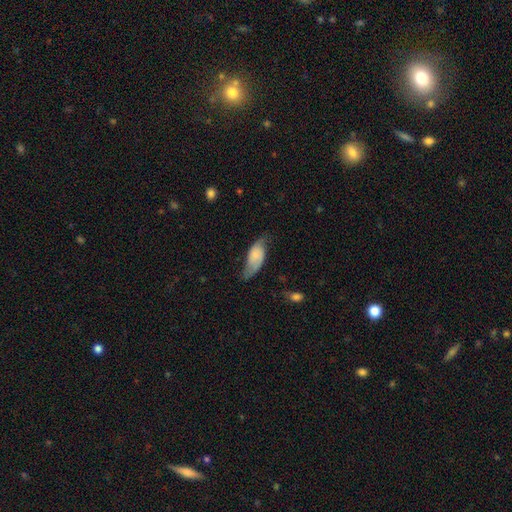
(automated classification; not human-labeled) A smooth galaxy with no disk features (60%) that is in between round and cigar-shaped (88%). Merging: none (41%).